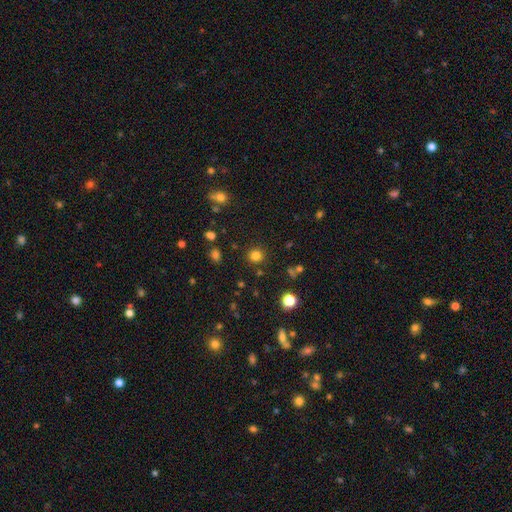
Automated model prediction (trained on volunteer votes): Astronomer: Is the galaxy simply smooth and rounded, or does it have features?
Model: smooth — 80%.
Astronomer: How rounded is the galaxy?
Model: round — 91%.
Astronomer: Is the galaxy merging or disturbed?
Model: none — 89%.